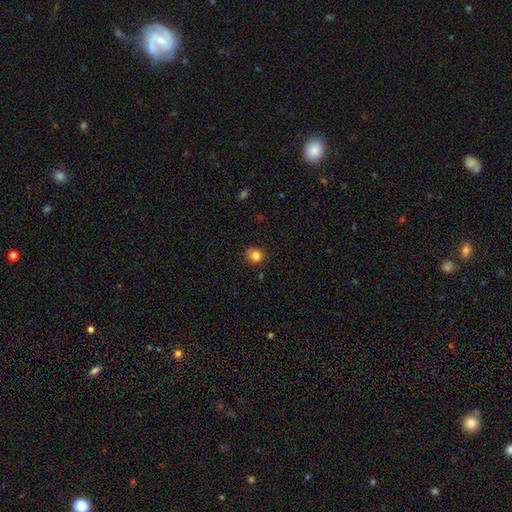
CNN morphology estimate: This is clearly a smooth galaxy (83%). How rounded: clearly round (88%). Merging: clearly none (83%).